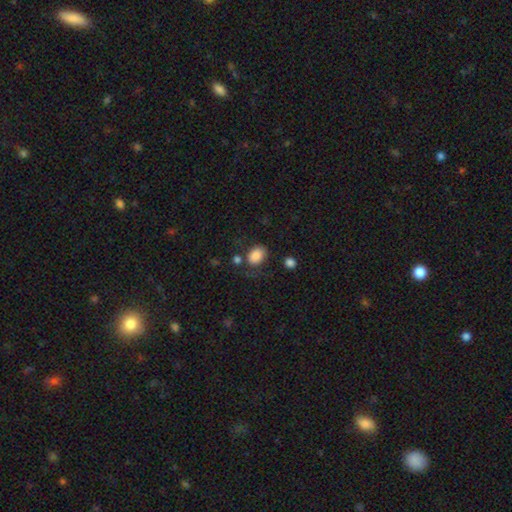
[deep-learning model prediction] Smooth or featured? Predicted: smooth (p=0.85). How rounded? Predicted: in between (p=0.71). Merging? Predicted: none (p=0.64).